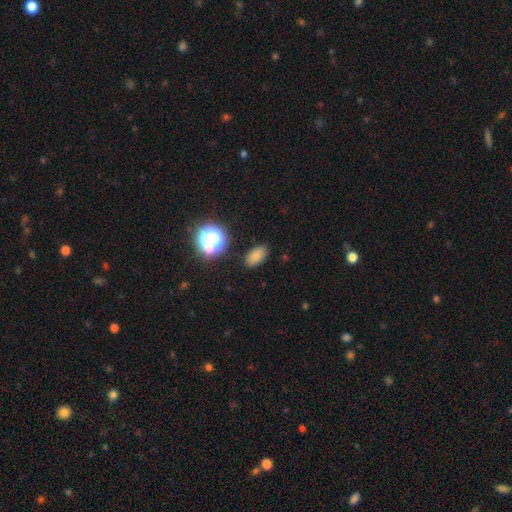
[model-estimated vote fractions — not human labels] Smooth or featured: smooth — 78% (star or artifact — 15%)
How rounded: in between — 87% (round — 11%)
Merging: none — 84% (minor disturbance — 11%)